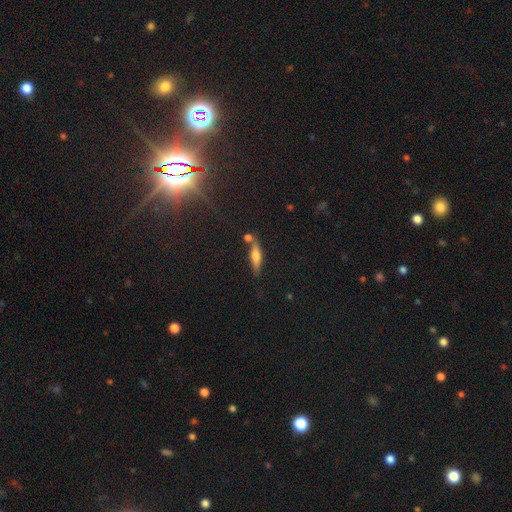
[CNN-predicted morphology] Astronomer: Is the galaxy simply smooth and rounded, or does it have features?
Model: smooth — 51% (runner-up: featured or disk, 39%).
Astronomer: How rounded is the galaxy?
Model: cigar-shaped — 72%.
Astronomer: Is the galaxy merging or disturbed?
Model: none — 69%.